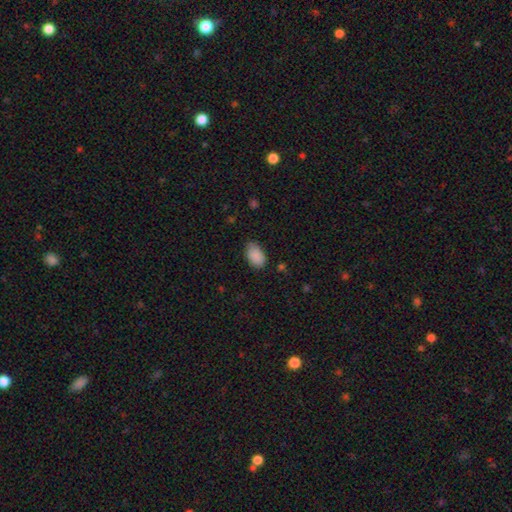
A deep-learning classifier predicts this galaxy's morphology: Smooth or featured? Predicted: smooth (p=0.89). How rounded? Predicted: in between (p=0.92). Merging? Predicted: none (p=0.77).